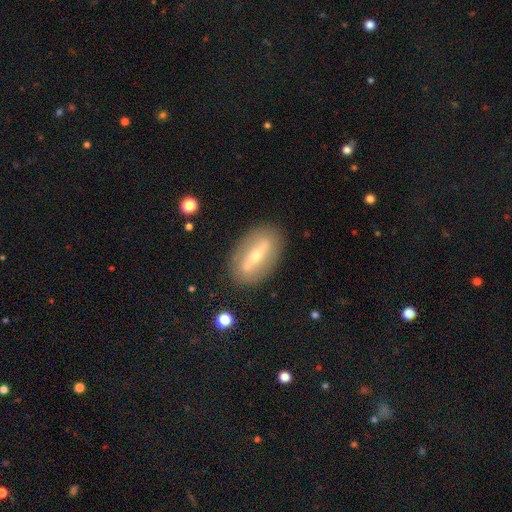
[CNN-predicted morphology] This is likely a featured or disk galaxy (67%). It is likely not viewed edge-on (72%). Merging: clearly none (85%).